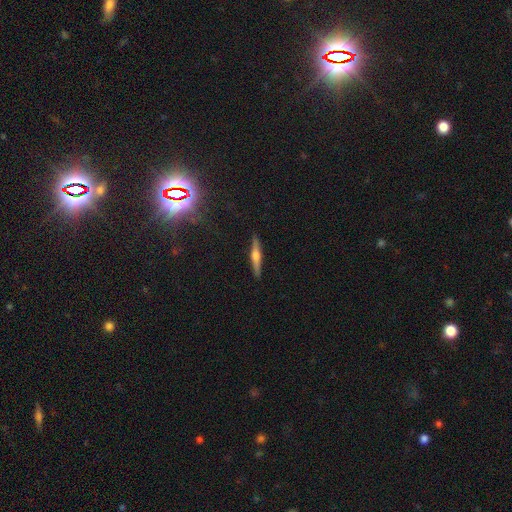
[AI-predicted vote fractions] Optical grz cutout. It shows a featured or disk galaxy (62%) viewed edge-on (97%) with a rounded central bulge (84%). Merging: none (91%).